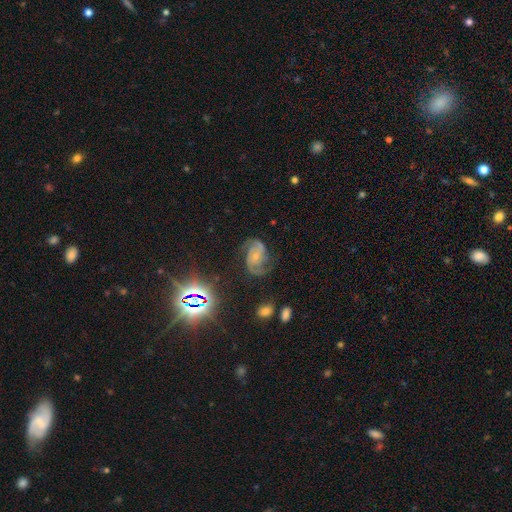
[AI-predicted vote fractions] Smooth or featured? Predicted: featured or disk (p=0.80). Edge-on disk? Predicted: no (p=0.98). Bar? Predicted: no (p=0.62). Spiral arms? Predicted: yes (p=0.97). Spiral winding? Predicted: medium (p=0.52). Spiral arm count? Predicted: 2 (p=0.82). Bulge size? Predicted: small (p=0.64). Merging? Predicted: none (p=0.70).